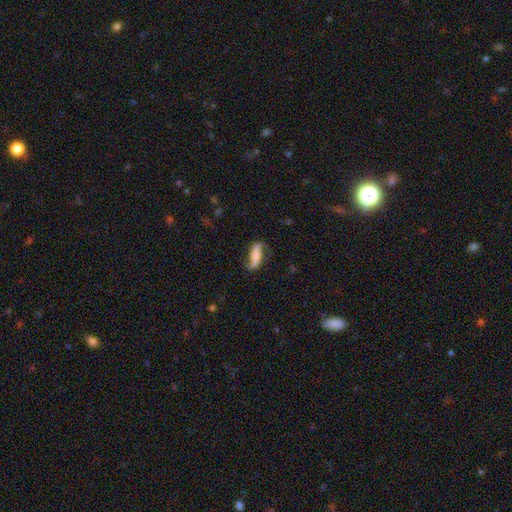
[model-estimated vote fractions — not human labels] Overall: featured or disk (69%). Edge-on disk: no (88%). Bar: strong (39%; no 36%). Spiral arms: yes (92%). Spiral arm count: 2 (90%). Spiral winding: loose (73%). Bulge size: small (37%; moderate 28%). Merging: none (70%).